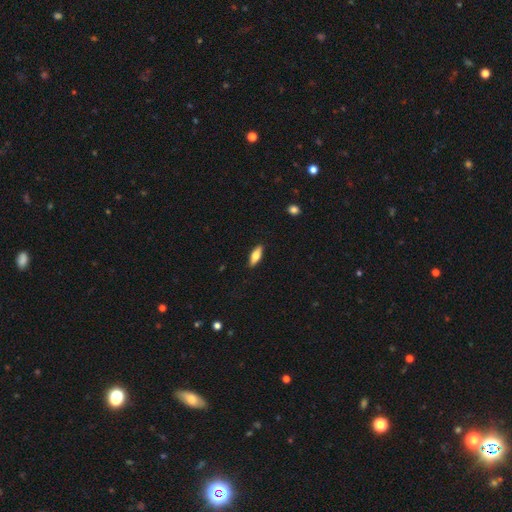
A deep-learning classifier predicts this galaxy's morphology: A smooth galaxy with no disk features (68%) that is in between round and cigar-shaped (64%). Merging: none (89%).